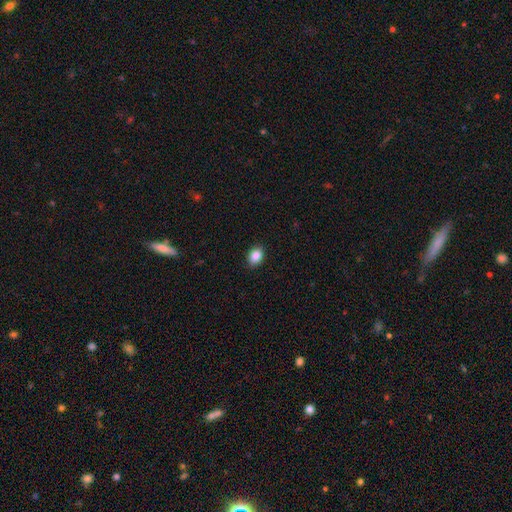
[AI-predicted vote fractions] Smooth or featured? smooth (87%)
How rounded? in between (72%)
Merging? none (89%)